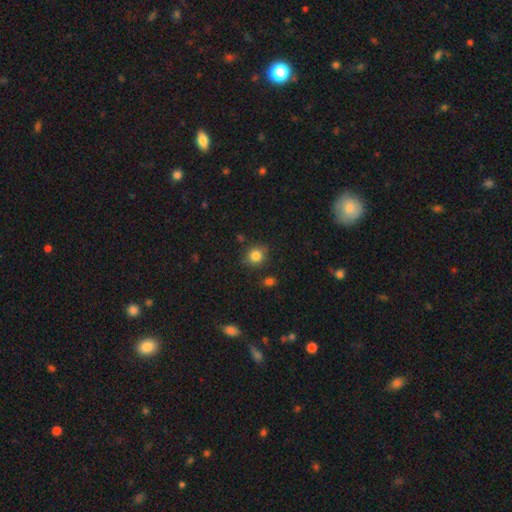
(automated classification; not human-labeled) A smooth galaxy with no disk features (84%) that is round (80%). Merging: none (82%).